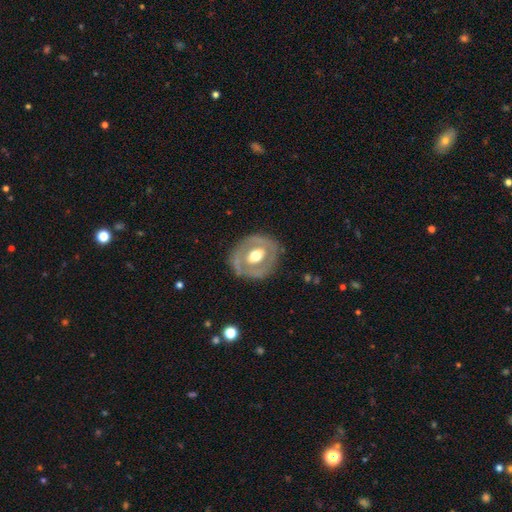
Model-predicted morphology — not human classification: Smooth or featured?
  - featured or disk: 62% *
  - smooth: 32%
  - star or artifact: 5%
Edge-on disk?
  - no: 94% *
  - yes: 6%
Bar?
  - no: 63% *
  - weak: 25%
  - strong: 12%
Spiral arms?
  - no: 80% *
  - yes: 20%
Bulge size?
  - moderate: 63% *
  - large: 30%
  - small: 5%
  - dominant: 2%
  - none: 1%
Merging?
  - none: 76% *
  - minor disturbance: 16%
  - major disturbance: 6%
  - merger: 1%